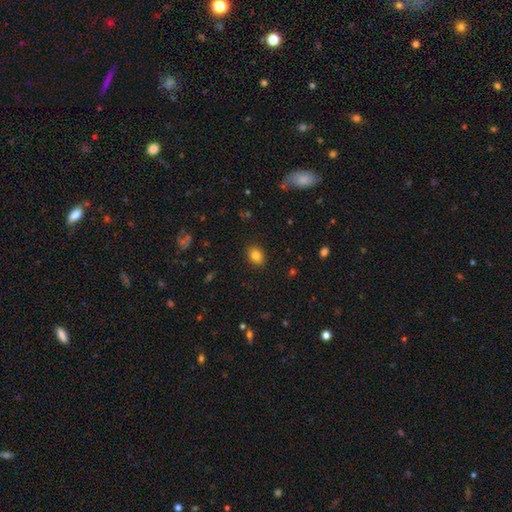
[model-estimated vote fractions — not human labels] A smooth galaxy with no disk features (83%) that is in between round and cigar-shaped (66%).

Vote fractions:
- Smooth or featured? smooth: 83% / star or artifact: 10% / featured or disk: 7%
- How rounded? in between: 66% / round: 33% / cigar-shaped: 1%
- Merging? none: 88% / minor disturbance: 8% / major disturbance: 2% / merger: 1%